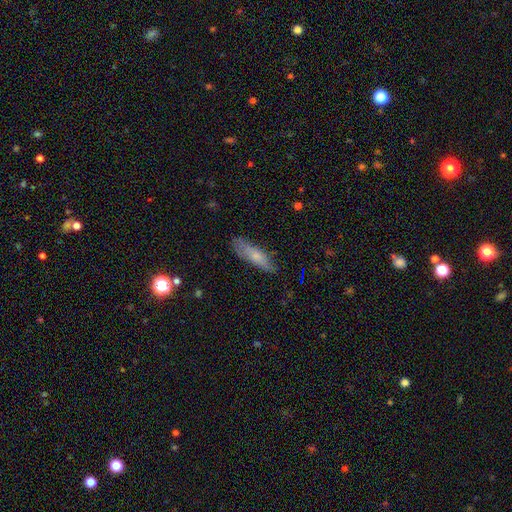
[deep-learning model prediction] The model was most divided on "how rounded": cigar-shaped: 60%, in between: 38%, round: 2%. More confident: merging — none (73%); smooth or featured — smooth (67%).